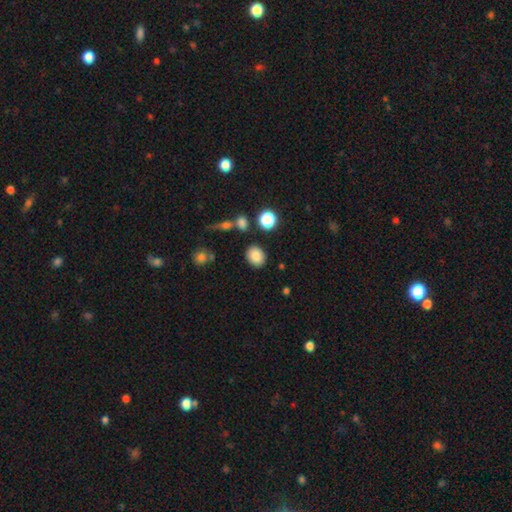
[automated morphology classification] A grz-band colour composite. It shows a smooth galaxy with no disk features (83%) that is in between round and cigar-shaped (51%). Merging: none (84%).